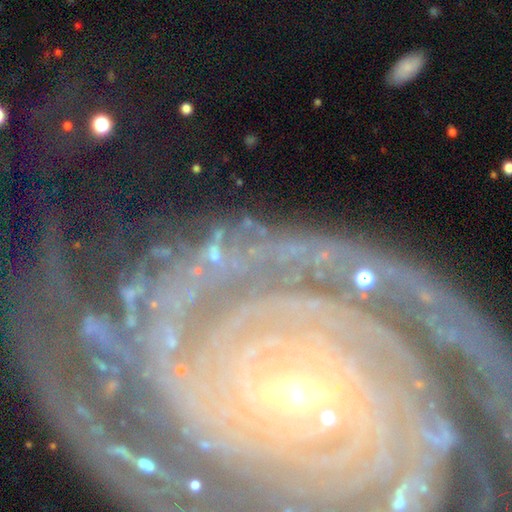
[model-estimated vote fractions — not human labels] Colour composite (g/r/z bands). It shows a featured or disk galaxy (70%) with no bar (39%), tight (74%) spiral arms (90%) and a small central bulge (52%). Merging: none (71%).